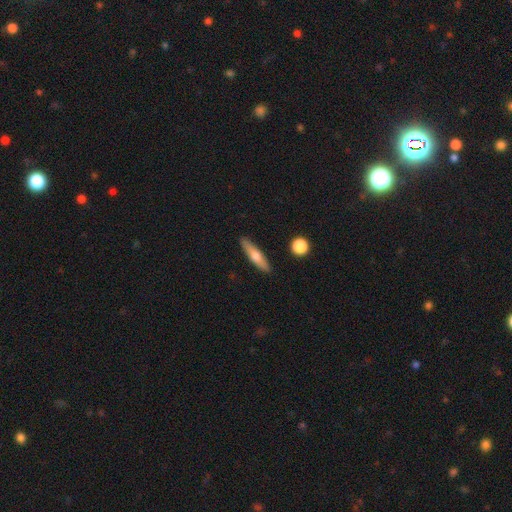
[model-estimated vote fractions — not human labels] Morphology: type=smooth (55%); roundness=cigar-shaped (76%); merging=none (88%).